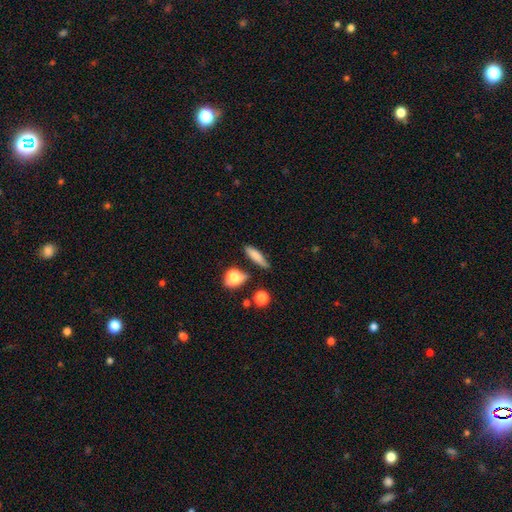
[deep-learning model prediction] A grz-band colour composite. It shows a smooth galaxy with no disk features (76%) that is cigar-shaped (58%). Merging: none (65%).